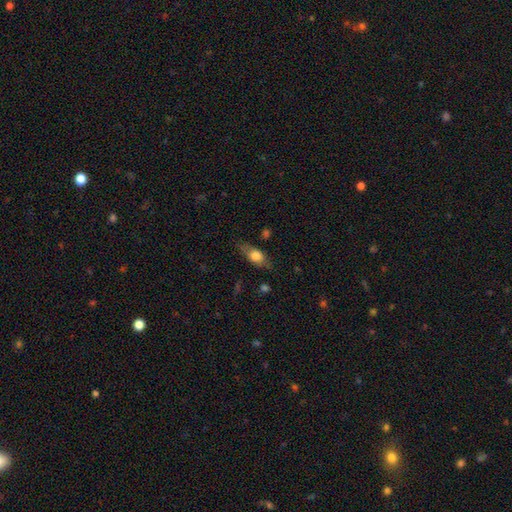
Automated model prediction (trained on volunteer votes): The model was most divided on "smooth or featured": smooth: 64%, featured or disk: 28%, star or artifact: 8%. More confident: how rounded — in between (73%); merging — none (72%).